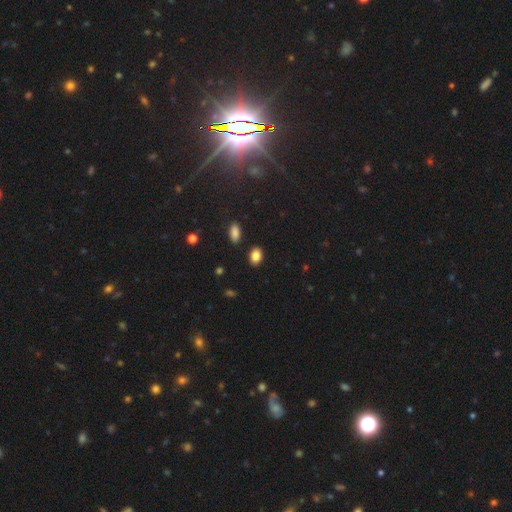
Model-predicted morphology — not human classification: Smooth or featured? Predicted: smooth (p=0.86). How rounded? Predicted: in between (p=0.74). Merging? Predicted: none (p=0.85).